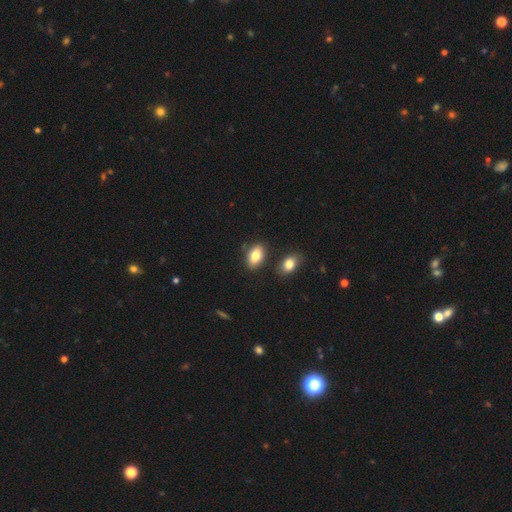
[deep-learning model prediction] Smooth or featured? Predicted: smooth (p=0.83). How rounded? Predicted: in between (p=0.90). Merging? Predicted: none (p=0.81).